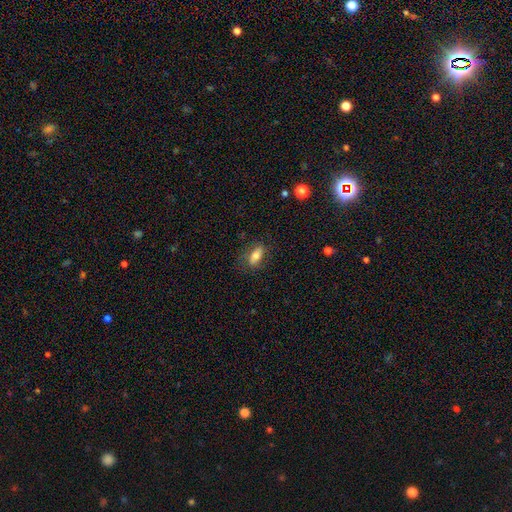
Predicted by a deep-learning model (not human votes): A smooth galaxy with no disk features (67%) that is in between round and cigar-shaped (77%).

Vote fractions:
- Smooth or featured? smooth: 67% / featured or disk: 24% / star or artifact: 8%
- How rounded? in between: 77% / cigar-shaped: 17% / round: 5%
- Merging? none: 73% / minor disturbance: 18% / major disturbance: 8% / merger: 1%